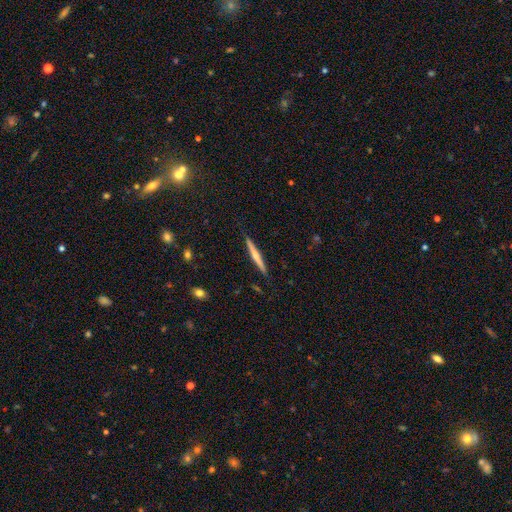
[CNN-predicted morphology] Overall: featured or disk (54%; smooth 40%). Edge-on disk: yes (97%). Edge-on bulge: rounded (65%; none 29%). Merging: none (90%).